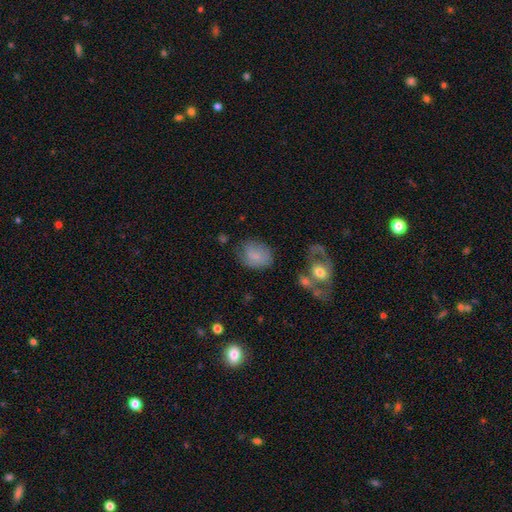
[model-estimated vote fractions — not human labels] Morphology: type=smooth (75%); roundness=in between (56%); merging=none (63%).